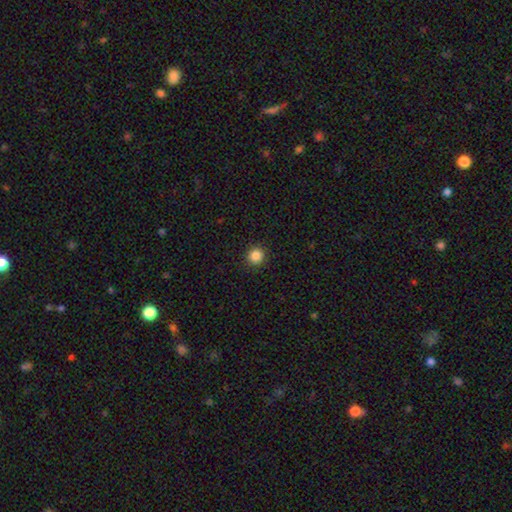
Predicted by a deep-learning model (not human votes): Q: Smooth or featured?
A: smooth (86%); runner-up: star or artifact (11%)
Q: How rounded?
A: round (93%); runner-up: in between (6%)
Q: Merging?
A: none (92%); runner-up: minor disturbance (5%)